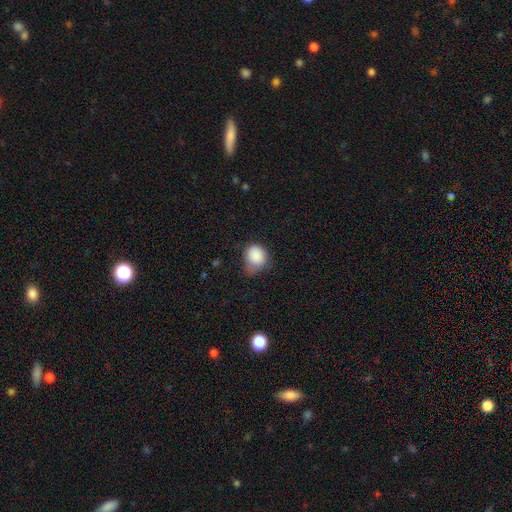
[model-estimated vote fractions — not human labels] Morphology: type=smooth (86%); roundness=round (63%); merging=minor disturbance (43%).